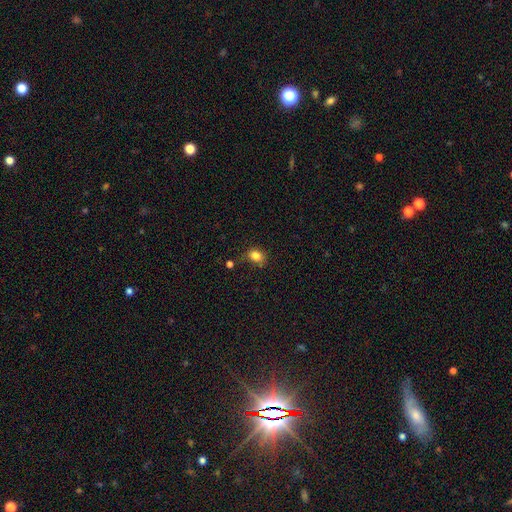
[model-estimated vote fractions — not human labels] A smooth galaxy with no disk features (82%) that is round (51%).

Vote fractions:
- Smooth or featured? smooth: 82% / star or artifact: 12% / featured or disk: 6%
- How rounded? round: 51% / in between: 48% / cigar-shaped: 1%
- Merging? none: 64% / minor disturbance: 23% / major disturbance: 7% / merger: 5%